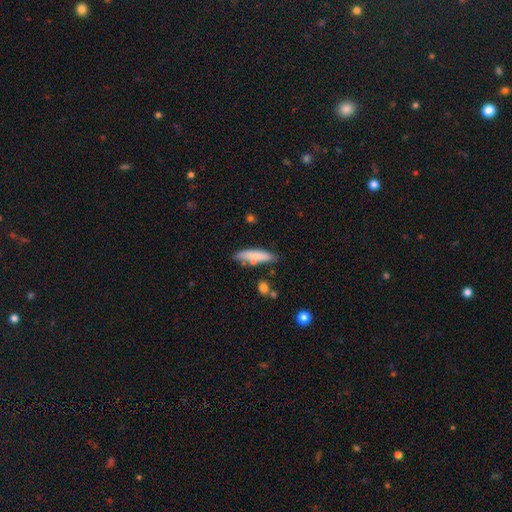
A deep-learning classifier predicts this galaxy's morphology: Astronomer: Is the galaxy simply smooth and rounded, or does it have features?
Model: smooth — 78%.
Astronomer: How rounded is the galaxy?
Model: cigar-shaped — 68%.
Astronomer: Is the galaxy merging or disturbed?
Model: none — 70%.